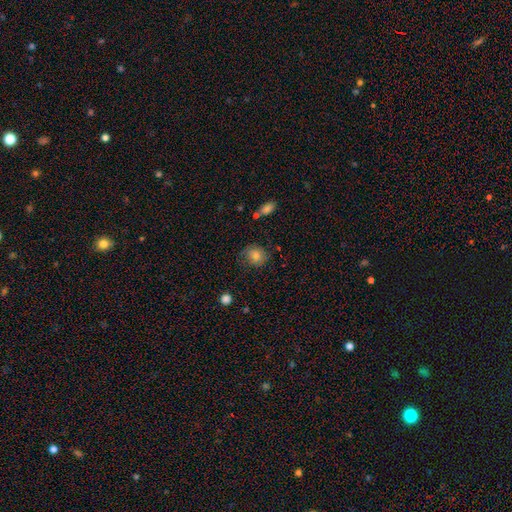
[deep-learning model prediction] Morphology: type=smooth (80%); roundness=round (69%); merging=none (72%).